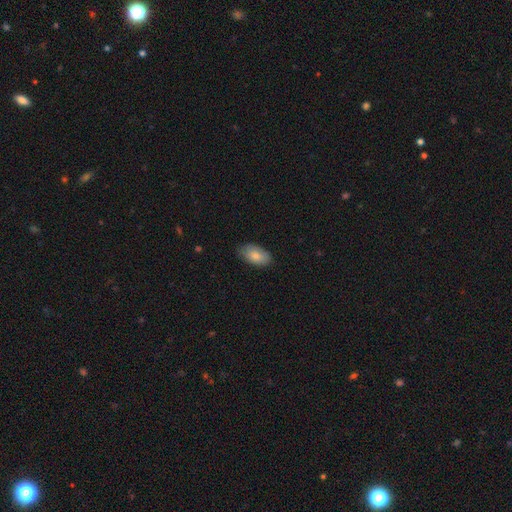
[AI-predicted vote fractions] Smooth or featured?
  - smooth: 83% *
  - featured or disk: 11%
  - star or artifact: 6%
How rounded?
  - in between: 94% *
  - round: 3%
  - cigar-shaped: 3%
Merging?
  - none: 81% *
  - minor disturbance: 15%
  - major disturbance: 3%
  - merger: 1%